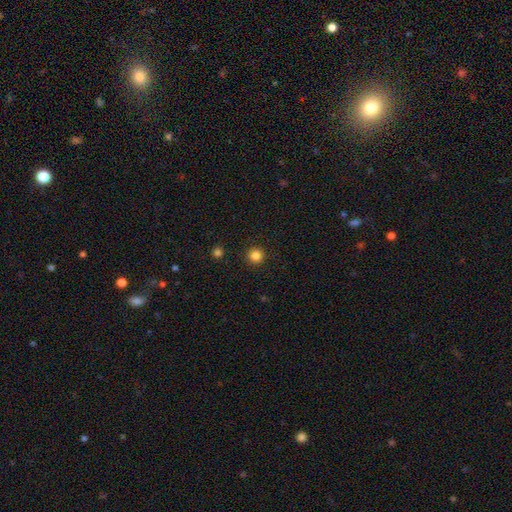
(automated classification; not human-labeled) smooth 84%, star or artifact 12%, featured or disk 4%. Down the decision tree: how rounded — round (96%); merging — none (93%).